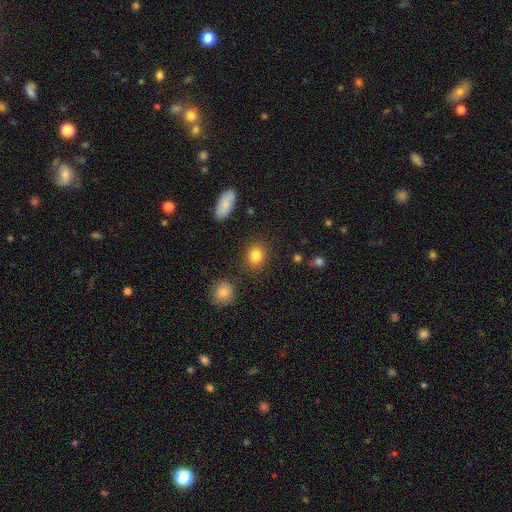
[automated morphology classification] smooth-or-featured: smooth: 84% | star or artifact: 10% | featured or disk: 6%
  how-rounded: round: 65% | in between: 34% | cigar-shaped: 1%
  merging: none: 86% | minor disturbance: 8% | major disturbance: 3% | merger: 3%